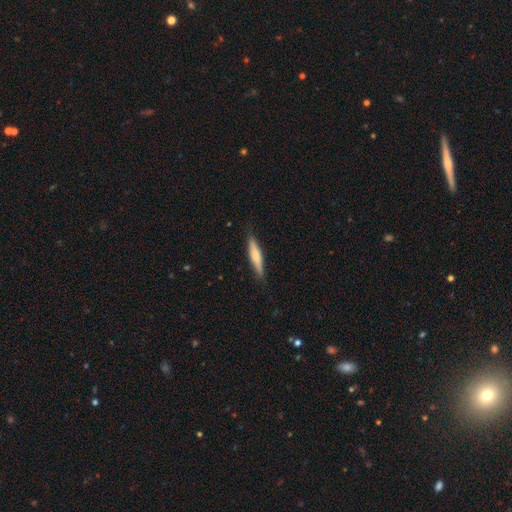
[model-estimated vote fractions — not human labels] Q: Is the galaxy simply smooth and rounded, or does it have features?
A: smooth — 59%.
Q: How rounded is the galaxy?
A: cigar-shaped — 85%.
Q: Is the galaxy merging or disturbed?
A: none — 86%.